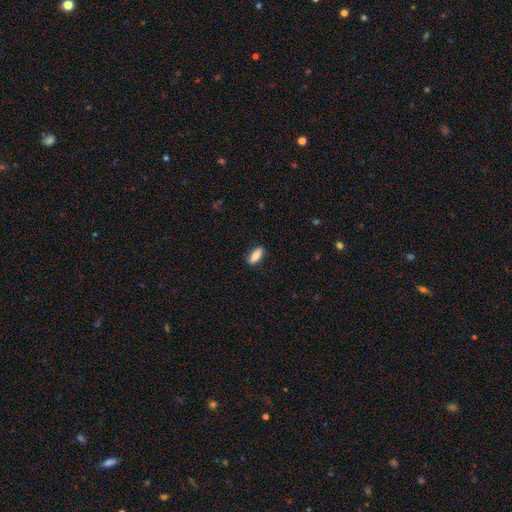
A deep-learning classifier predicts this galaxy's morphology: Overall: smooth (84%). How rounded: in between (78%). Merging: none (88%).